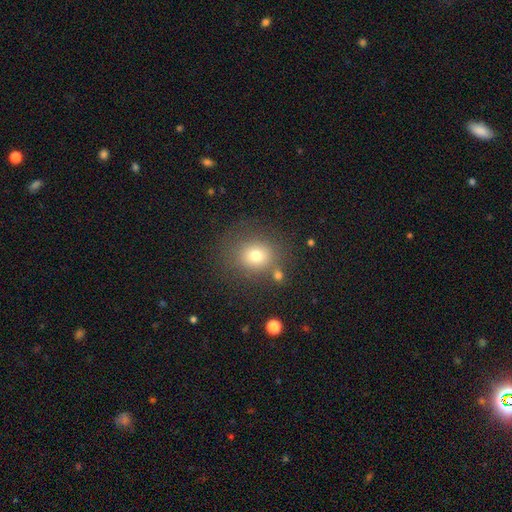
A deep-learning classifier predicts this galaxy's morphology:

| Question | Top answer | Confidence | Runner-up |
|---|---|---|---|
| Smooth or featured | smooth | 74% | star or artifact (15%) |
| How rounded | round | 78% | in between (21%) |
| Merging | none | 74% | minor disturbance (13%) |